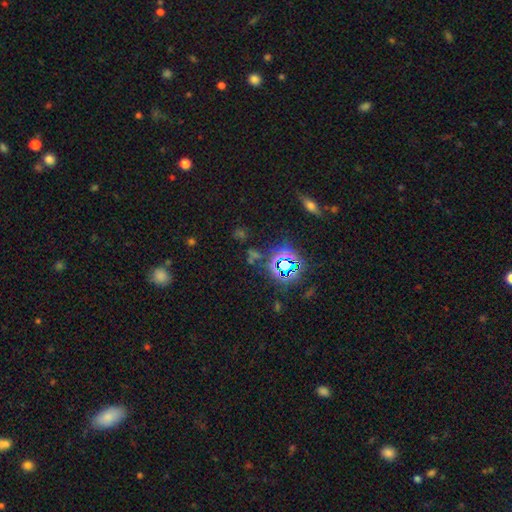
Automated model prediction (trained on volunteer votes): A star or artifact, not a galaxy (72%).